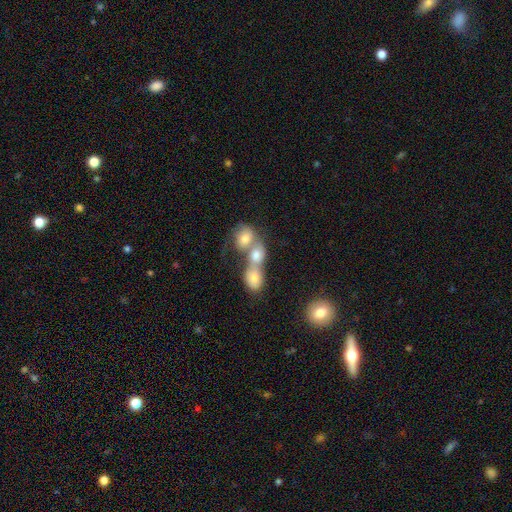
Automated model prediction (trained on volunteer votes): This appears to be a smooth galaxy with no disk features (61%) that is in between round and cigar-shaped (49%). Merging: merger (69%).